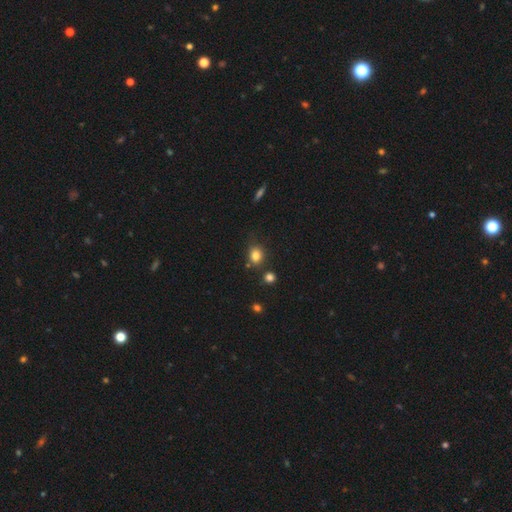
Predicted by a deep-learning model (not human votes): Smooth or featured: smooth — 82% (star or artifact — 12%)
How rounded: round — 64% (in between — 35%)
Merging: none — 72% (minor disturbance — 15%)